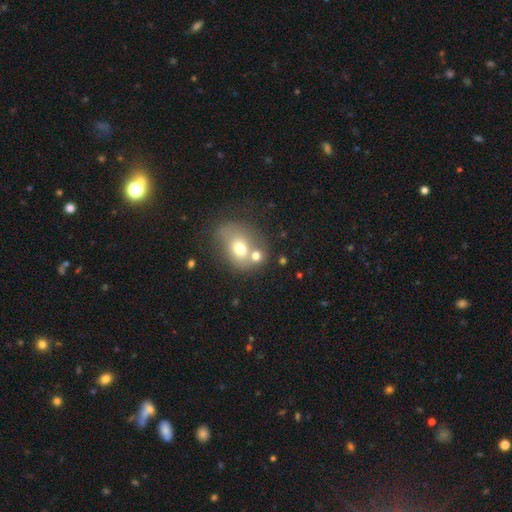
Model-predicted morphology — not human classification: Overall: smooth (66%). How rounded: round (52%; in between 47%). Merging: merger (46%; none 36%).